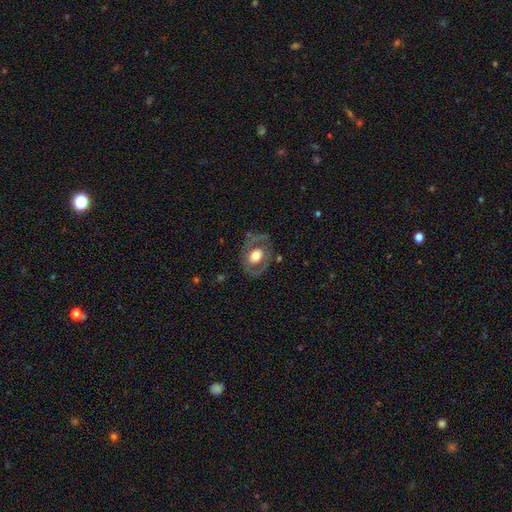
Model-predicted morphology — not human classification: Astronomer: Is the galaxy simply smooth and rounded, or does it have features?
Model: featured or disk — 54% (runner-up: smooth, 40%).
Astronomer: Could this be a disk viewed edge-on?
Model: no — 94%.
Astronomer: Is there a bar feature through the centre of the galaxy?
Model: no — 77%.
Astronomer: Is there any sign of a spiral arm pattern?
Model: no — 73%.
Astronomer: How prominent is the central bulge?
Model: moderate — 50% (runner-up: large, 41%).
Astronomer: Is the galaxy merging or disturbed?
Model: none — 70%.